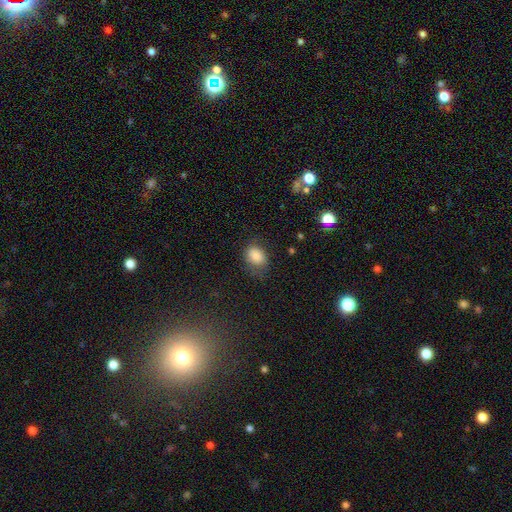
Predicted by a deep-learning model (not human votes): Smooth or featured? smooth (85%)
How rounded? in between (74%)
Merging? none (63%)